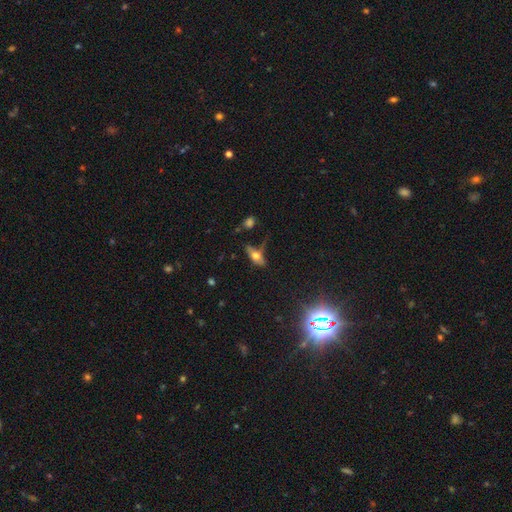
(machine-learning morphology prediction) Overall: smooth (53%; featured or disk 35%). How rounded: in between (69%). Merging: none (47%; minor disturbance 25%).